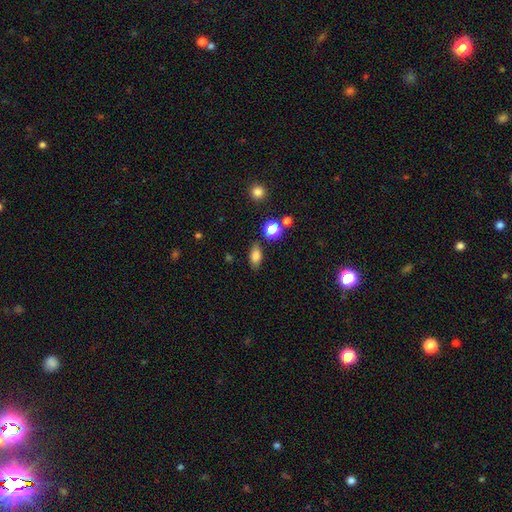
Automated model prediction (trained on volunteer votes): Smooth or featured?
  - smooth: 80% *
  - star or artifact: 12%
  - featured or disk: 8%
How rounded?
  - in between: 83% *
  - round: 12%
  - cigar-shaped: 5%
Merging?
  - none: 80% *
  - minor disturbance: 12%
  - merger: 4%
  - major disturbance: 3%